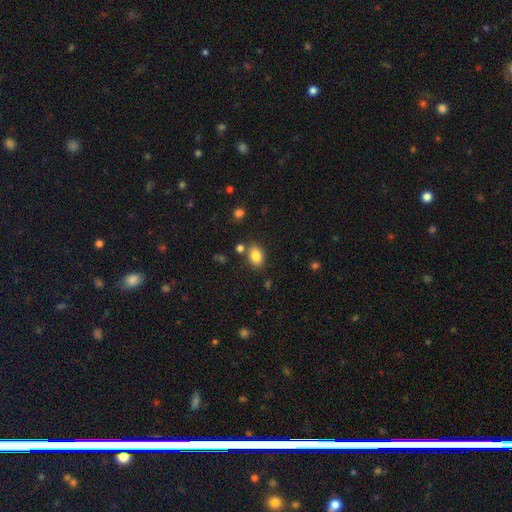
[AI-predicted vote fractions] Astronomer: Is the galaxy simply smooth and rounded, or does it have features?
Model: smooth — 84%.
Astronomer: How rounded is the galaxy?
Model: in between — 80%.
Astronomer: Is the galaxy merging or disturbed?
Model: none — 78%.